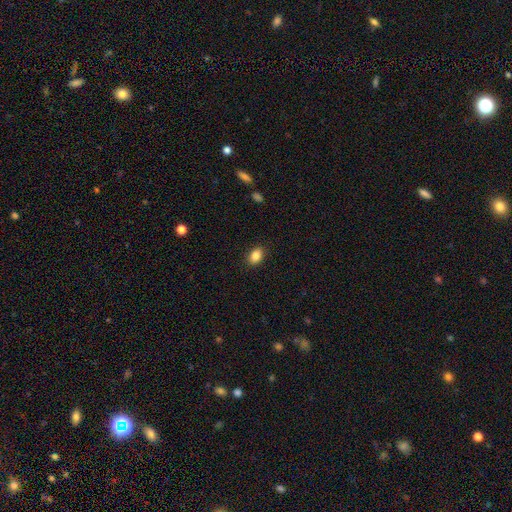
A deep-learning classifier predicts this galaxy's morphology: The model was most divided on "how rounded": in between: 80%, round: 18%, cigar-shaped: 1%. More confident: merging — none (88%); smooth or featured — smooth (86%).